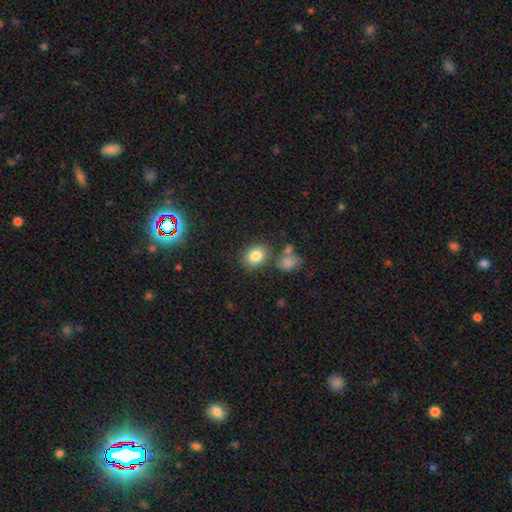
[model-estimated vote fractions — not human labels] A smooth galaxy with no disk features (82%) that is in between round and cigar-shaped (57%). Merging: none (74%).